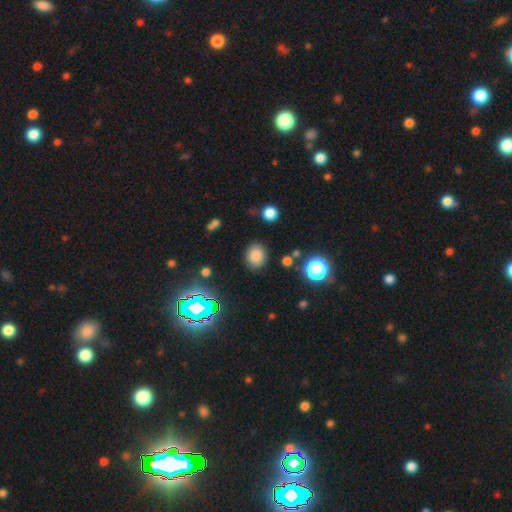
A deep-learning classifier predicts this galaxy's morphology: Smooth or featured?
  - smooth: 80% *
  - star or artifact: 15%
  - featured or disk: 6%
How rounded?
  - round: 65% *
  - in between: 34%
  - cigar-shaped: 1%
Merging?
  - none: 84% *
  - minor disturbance: 10%
  - major disturbance: 3%
  - merger: 3%